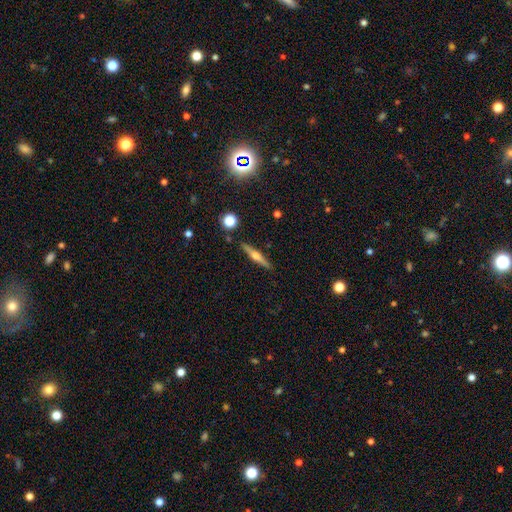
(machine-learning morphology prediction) featured or disk 63%, smooth 30%, star or artifact 7%. Down the decision tree: edge-on disk — yes (97%); edge-on bulge — rounded (88%); merging — none (89%).